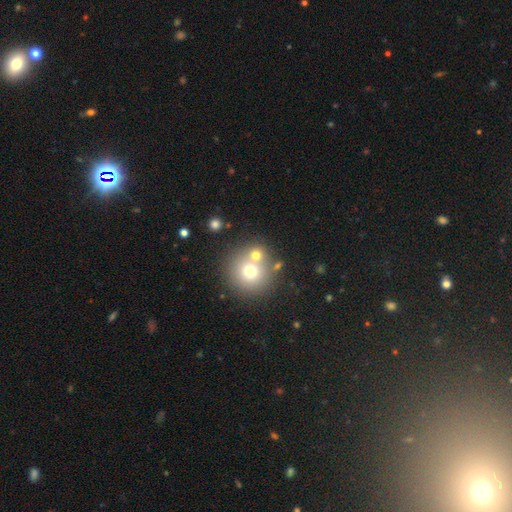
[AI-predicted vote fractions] Smooth or featured? smooth (69%)
How rounded? round (91%)
Merging? none (57%)